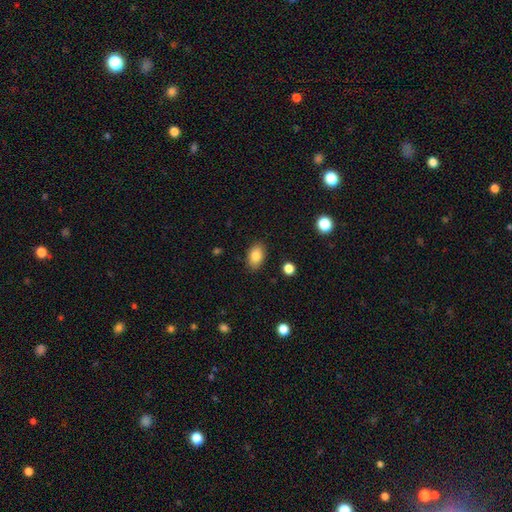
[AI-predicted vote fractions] A smooth galaxy with no disk features (84%) that is in between round and cigar-shaped (86%).

Vote fractions:
- Smooth or featured? smooth: 84% / star or artifact: 8% / featured or disk: 8%
- How rounded? in between: 86% / round: 12% / cigar-shaped: 1%
- Merging? none: 86% / minor disturbance: 10% / major disturbance: 2% / merger: 1%